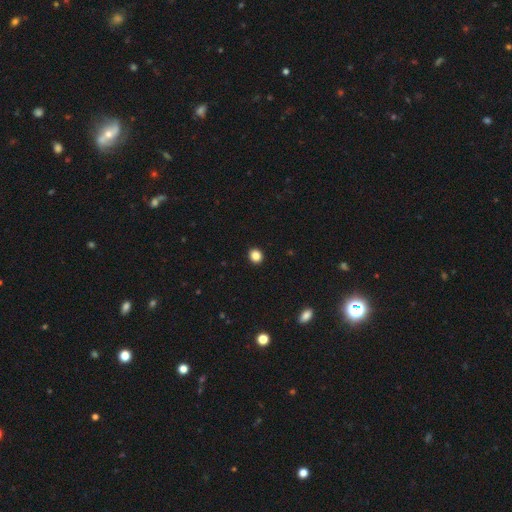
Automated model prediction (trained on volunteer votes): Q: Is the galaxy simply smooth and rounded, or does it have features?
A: smooth — 86%.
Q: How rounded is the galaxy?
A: round — 78%.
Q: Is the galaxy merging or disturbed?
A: none — 93%.